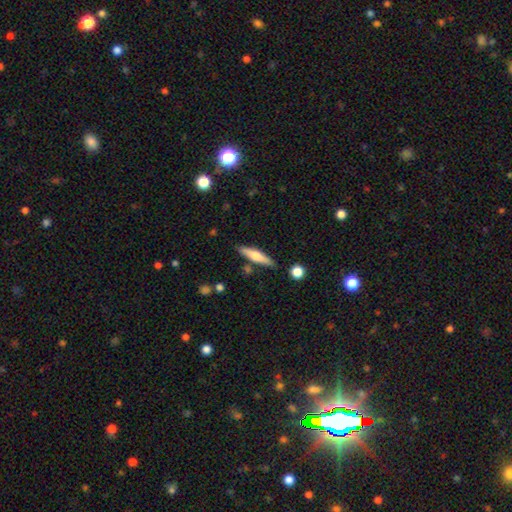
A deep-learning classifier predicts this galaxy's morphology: type=smooth (48%); merging=none (83%).